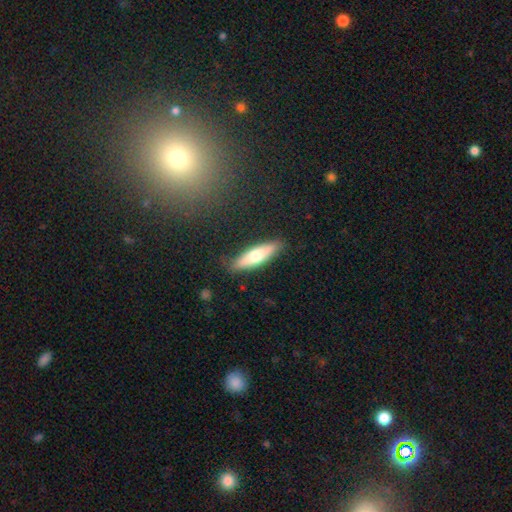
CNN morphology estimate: Q: Smooth or featured?
A: smooth (63%); runner-up: featured or disk (31%)
Q: How rounded?
A: cigar-shaped (59%); runner-up: in between (39%)
Q: Merging?
A: none (85%); runner-up: minor disturbance (11%)